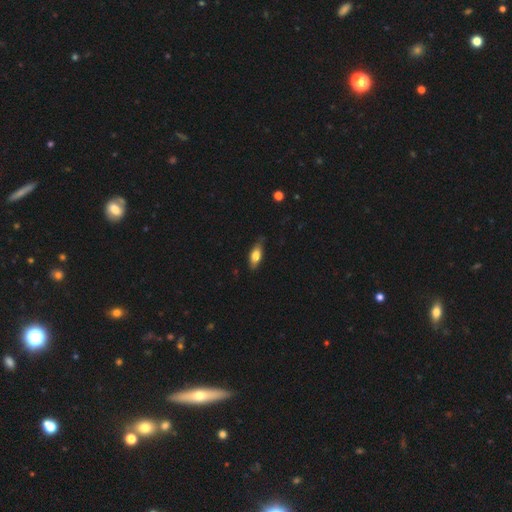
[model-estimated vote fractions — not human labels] A smooth galaxy with no disk features (74%) that is in between round and cigar-shaped (76%).

Vote fractions:
- Smooth or featured? smooth: 74% / featured or disk: 20% / star or artifact: 6%
- How rounded? in between: 76% / cigar-shaped: 21% / round: 3%
- Merging? none: 74% / minor disturbance: 22% / major disturbance: 3% / merger: 1%